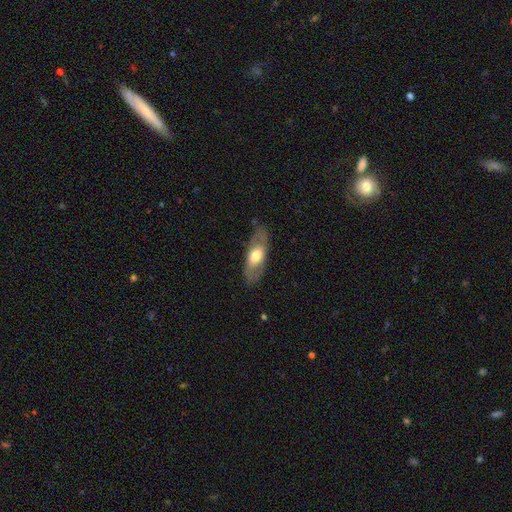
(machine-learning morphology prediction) A smooth galaxy with no disk features (47%, tied with featured or disk). Merging: none (79%).